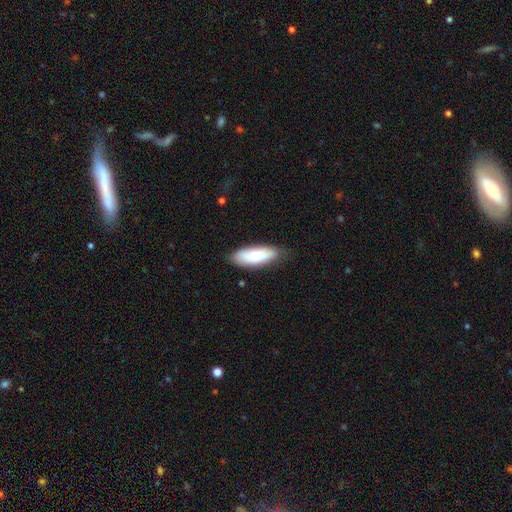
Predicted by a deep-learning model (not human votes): A smooth galaxy with no disk features (75%) that is in between round and cigar-shaped (70%).

Vote fractions:
- Smooth or featured? smooth: 75% / featured or disk: 19% / star or artifact: 6%
- How rounded? in between: 70% / cigar-shaped: 28% / round: 2%
- Merging? none: 75% / minor disturbance: 20% / major disturbance: 4% / merger: 1%